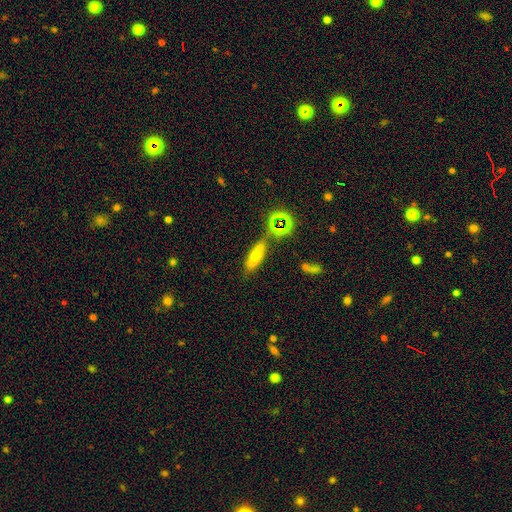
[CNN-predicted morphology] A smooth galaxy with no disk features (65%) that is cigar-shaped (49%). Merging: none (65%).